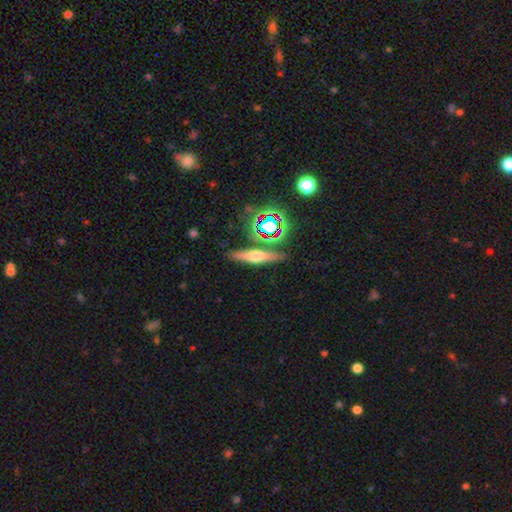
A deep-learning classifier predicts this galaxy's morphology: Overall: featured or disk (42%; smooth 39%). Merging: none (83%).